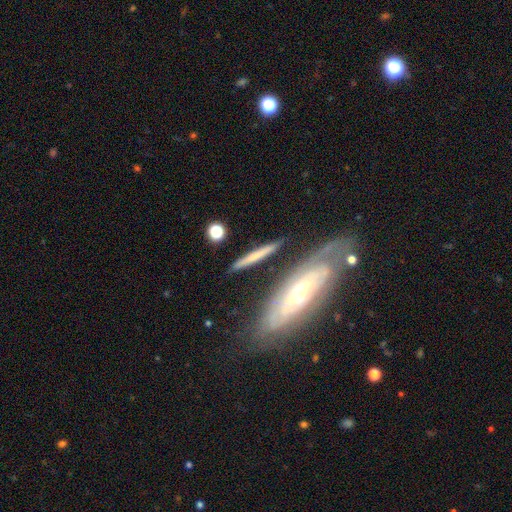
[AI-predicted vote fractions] Morphology: type=smooth (50%); merging=none (81%).